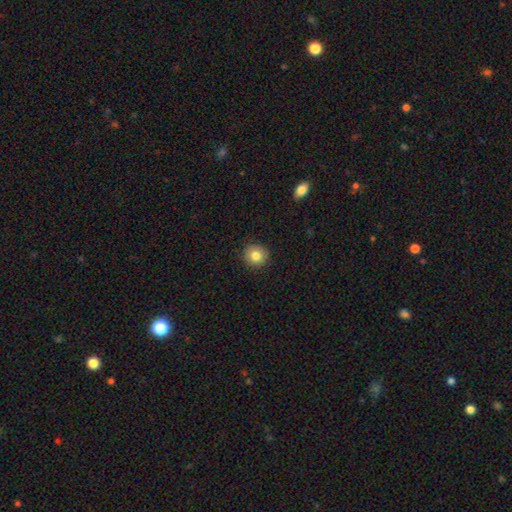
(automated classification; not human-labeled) The model was most divided on "smooth or featured": smooth: 81%, star or artifact: 10%, featured or disk: 9%. More confident: how rounded — round (92%); merging — none (91%).